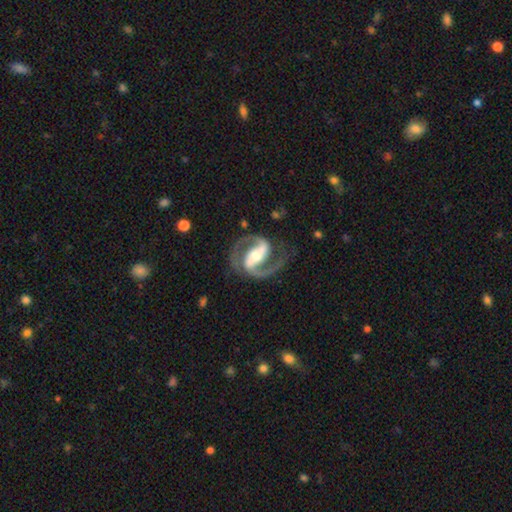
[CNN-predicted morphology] A featured or disk galaxy (93%) with a strong bar (67%), 2 (94%) medium (62%) spiral arms (98%) and a moderate central bulge (61%). Merging: none (80%).